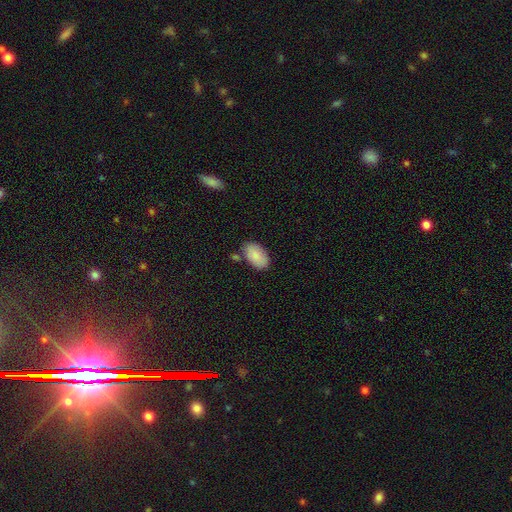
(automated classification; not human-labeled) Morphology: type=smooth (86%); roundness=in between (95%); merging=none (73%).